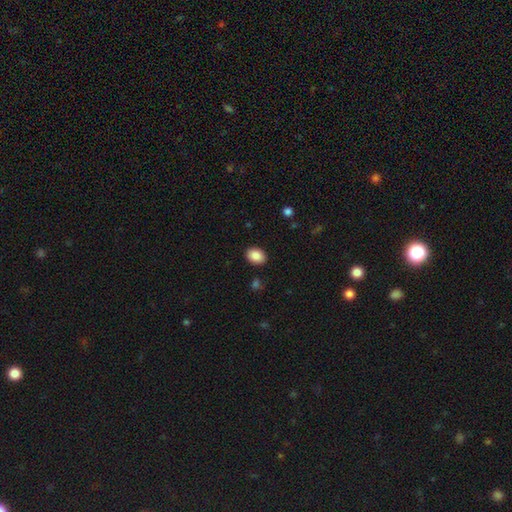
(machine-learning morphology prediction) smooth 89%, star or artifact 8%, featured or disk 3%. Down the decision tree: how rounded — in between (68%); merging — none (89%).